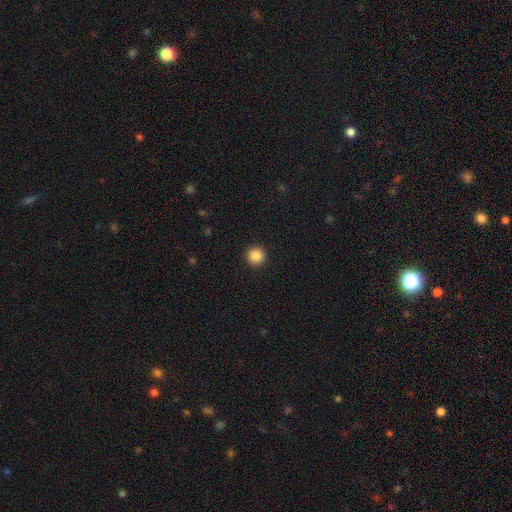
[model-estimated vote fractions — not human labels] Smooth or featured?
  - smooth: 87% *
  - star or artifact: 10%
  - featured or disk: 3%
How rounded?
  - round: 96% *
  - in between: 3%
  - cigar-shaped: 1%
Merging?
  - none: 93% *
  - minor disturbance: 4%
  - major disturbance: 2%
  - merger: 1%